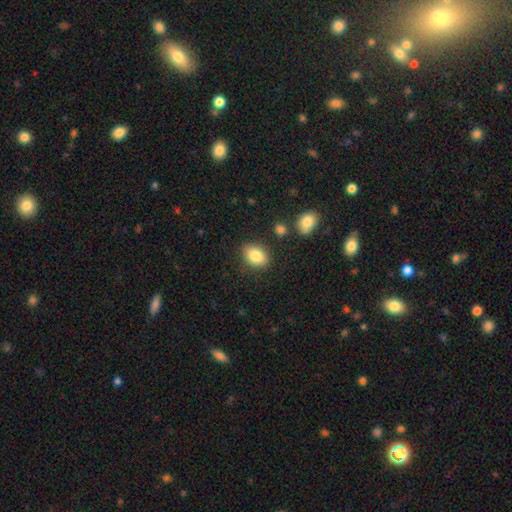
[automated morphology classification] Smooth or featured? smooth (84%)
How rounded? in between (78%)
Merging? none (82%)